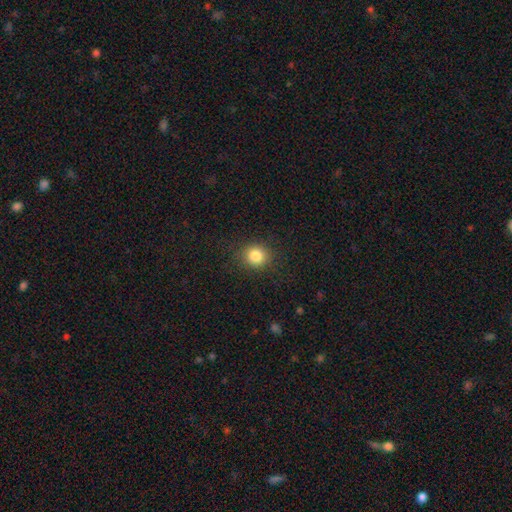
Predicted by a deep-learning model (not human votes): Overall: smooth (83%). How rounded: round (86%). Merging: none (88%).